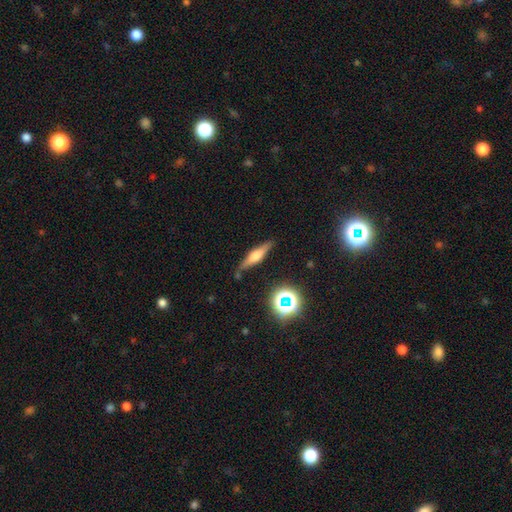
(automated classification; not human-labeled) Overall: featured or disk (59%; smooth 30%). Edge-on disk: yes (95%). Edge-on bulge: rounded (83%). Merging: none (85%).